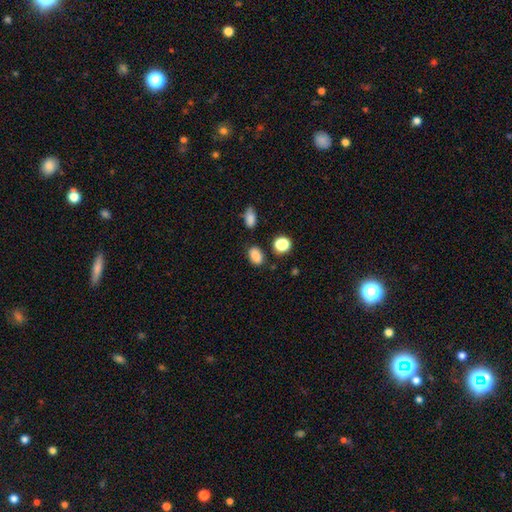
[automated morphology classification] The model was most divided on "merging": none: 79%, minor disturbance: 13%, merger: 5%, major disturbance: 3%. More confident: smooth or featured — smooth (85%); how rounded — in between (83%).